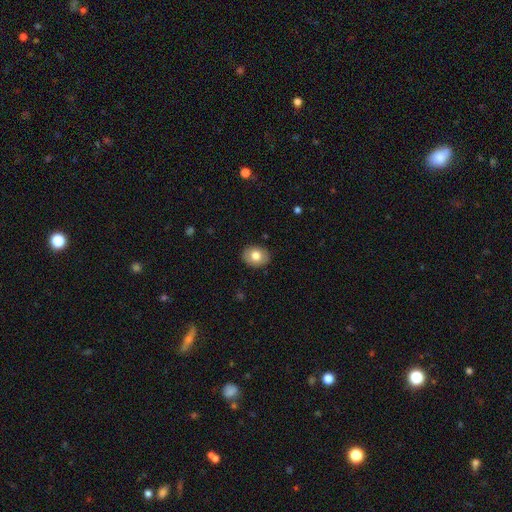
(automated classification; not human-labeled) This appears to be a smooth galaxy with no disk features (77%) that is in between round and cigar-shaped (65%). Merging: none (88%).